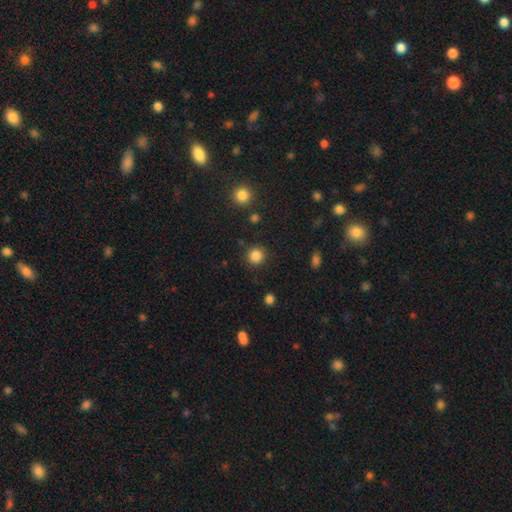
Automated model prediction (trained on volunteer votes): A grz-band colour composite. It shows a smooth galaxy with no disk features (85%) that is round (93%). Merging: none (90%).